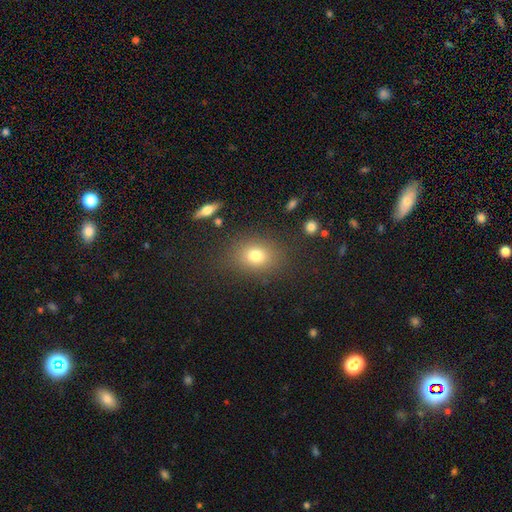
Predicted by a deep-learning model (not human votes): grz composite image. It shows a smooth galaxy with no disk features (76%) that is in between round and cigar-shaped (58%). Merging: none (81%).